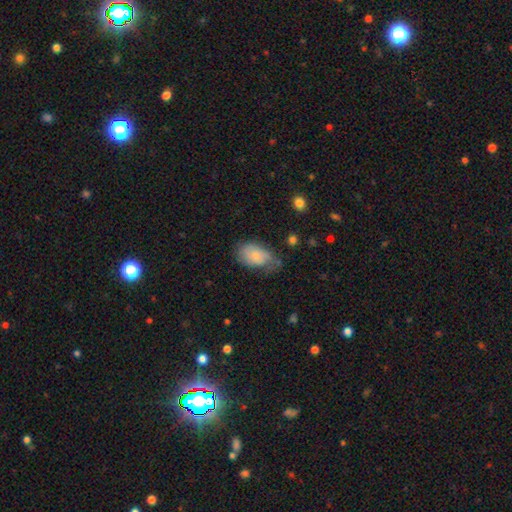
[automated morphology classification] The model was most divided on "merging": none: 43%, minor disturbance: 37%, major disturbance: 17%, merger: 2%. More confident: how rounded — in between (88%); smooth or featured — smooth (59%).